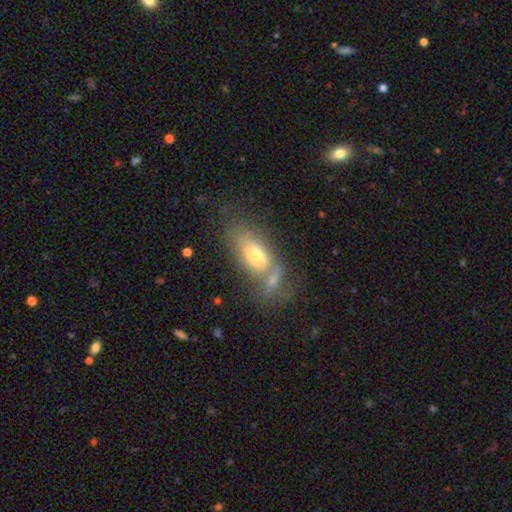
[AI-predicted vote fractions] Morphology: type=smooth (54%); roundness=in between (84%); merging=merger (37%).